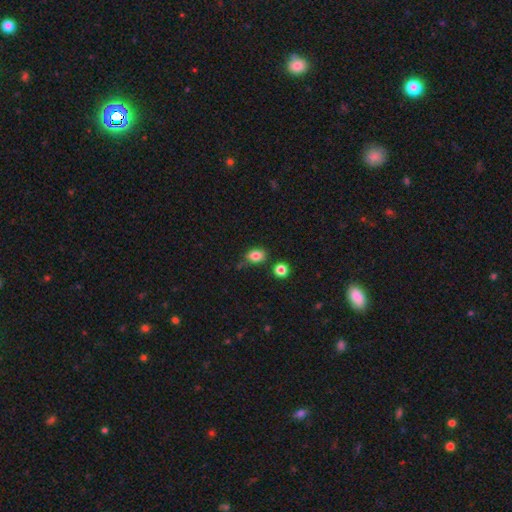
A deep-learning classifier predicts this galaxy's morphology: Smooth or featured? smooth (83%)
How rounded? in between (67%)
Merging? none (73%)